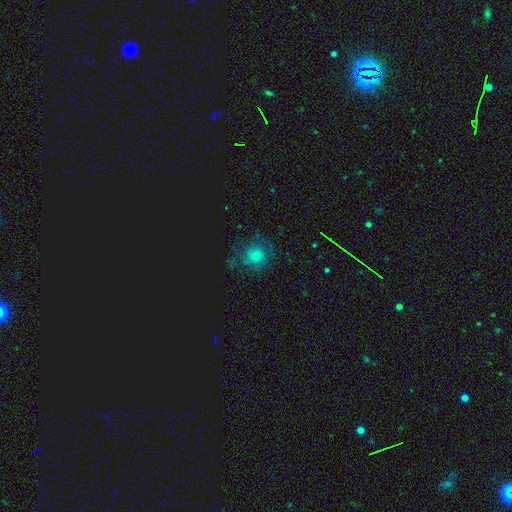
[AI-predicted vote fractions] Smooth or featured? smooth (49%)
Merging? none (71%)